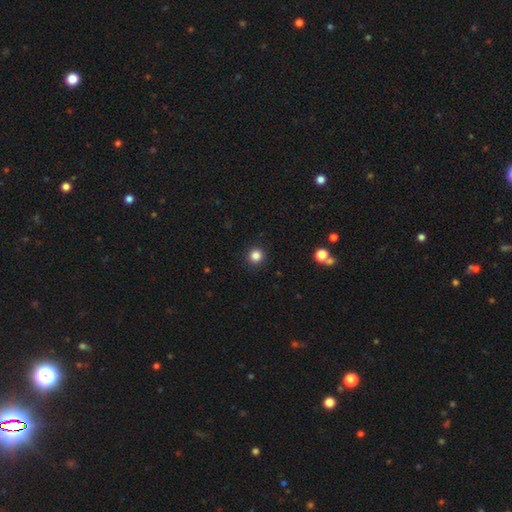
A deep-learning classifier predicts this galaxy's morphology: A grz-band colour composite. It shows a smooth galaxy with no disk features (85%) that is round (94%). Merging: none (91%).